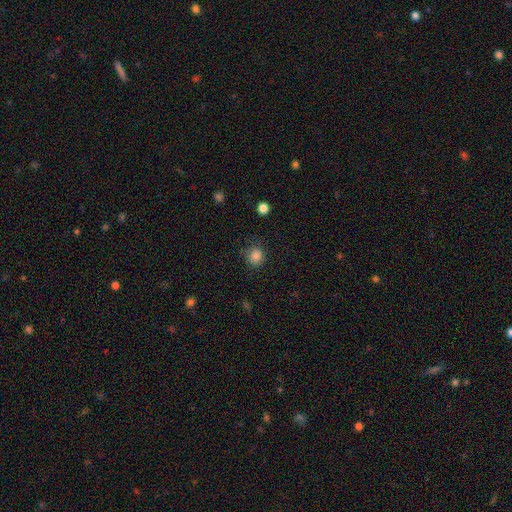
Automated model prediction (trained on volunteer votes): smooth-or-featured: smooth: 85% | star or artifact: 11% | featured or disk: 4%
  how-rounded: round: 86% | in between: 13% | cigar-shaped: 1%
  merging: none: 80% | minor disturbance: 14% | major disturbance: 4% | merger: 1%